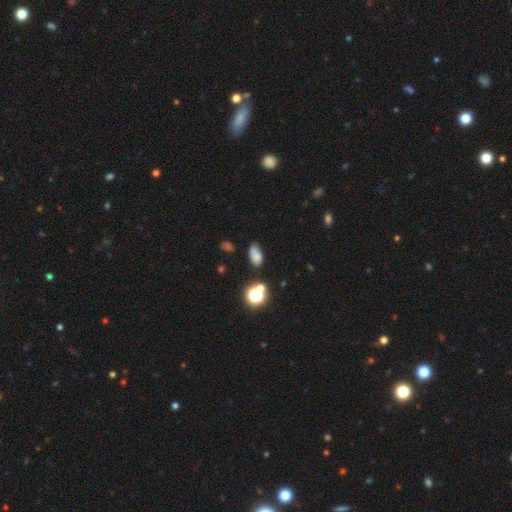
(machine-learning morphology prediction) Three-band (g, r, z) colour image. It shows a smooth galaxy with no disk features (65%) that is in between round and cigar-shaped (86%). Merging: none (55%).